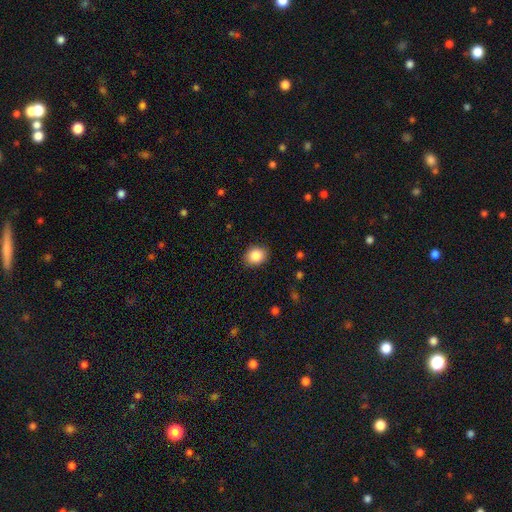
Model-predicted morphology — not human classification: This is clearly a smooth galaxy (88%). How rounded: possibly round (58%). Merging: clearly none (86%).